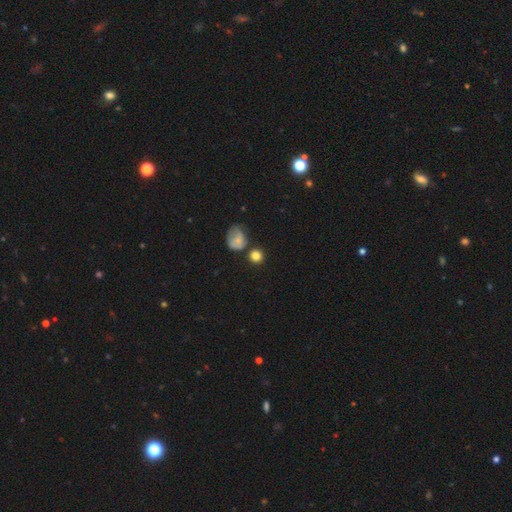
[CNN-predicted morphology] Smooth or featured?
  - smooth: 81% *
  - star or artifact: 12%
  - featured or disk: 7%
How rounded?
  - round: 88% *
  - in between: 11%
  - cigar-shaped: 1%
Merging?
  - none: 72% *
  - minor disturbance: 13%
  - merger: 11%
  - major disturbance: 5%